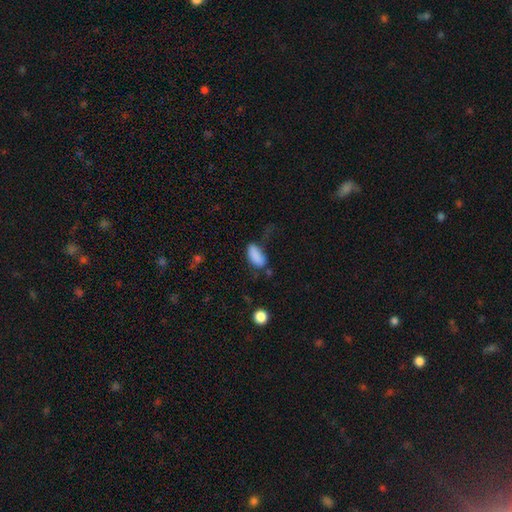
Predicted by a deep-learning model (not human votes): Morphology: type=smooth (86%); roundness=in between (91%); merging=none (49%).